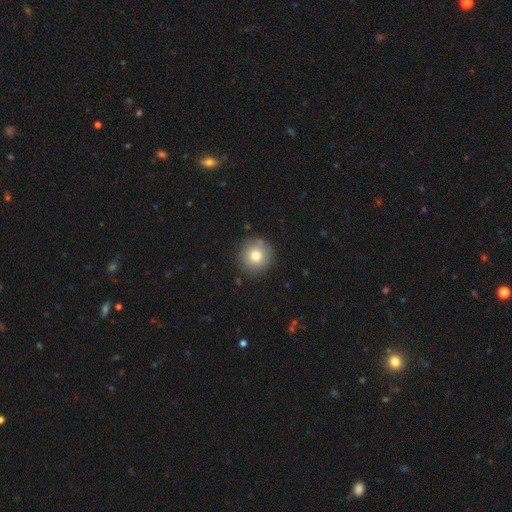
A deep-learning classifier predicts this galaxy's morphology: Smooth or featured? Predicted: smooth (p=0.78). How rounded? Predicted: round (p=0.93). Merging? Predicted: none (p=0.86).